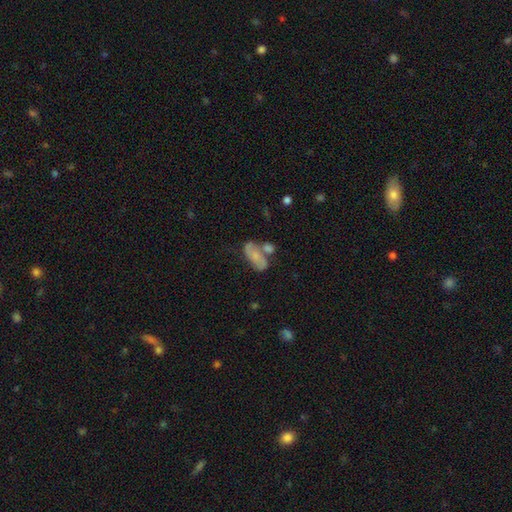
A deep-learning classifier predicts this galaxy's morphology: A smooth galaxy with no disk features (51%) that is in between round and cigar-shaped (87%). Merging: none (39%).